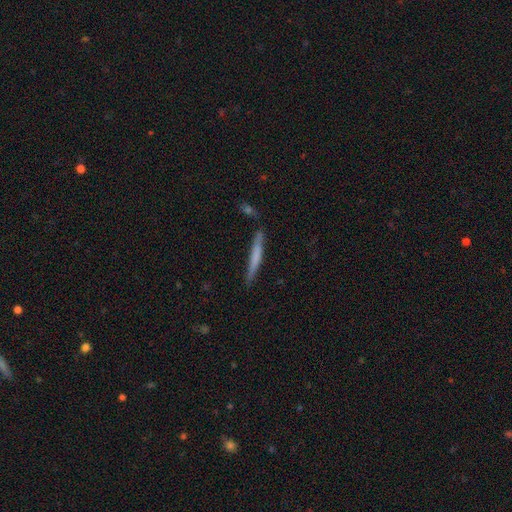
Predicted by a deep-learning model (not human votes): Q: Smooth or featured?
A: smooth (61%); runner-up: featured or disk (34%)
Q: How rounded?
A: cigar-shaped (96%); runner-up: in between (3%)
Q: Merging?
A: none (81%); runner-up: minor disturbance (13%)